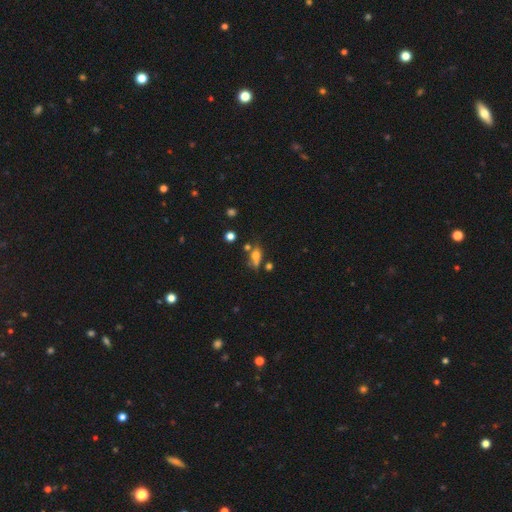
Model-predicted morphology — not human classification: Overall: smooth (60%; featured or disk 26%). How rounded: in between (62%; cigar-shaped 28%). Merging: none (49%; minor disturbance 21%).